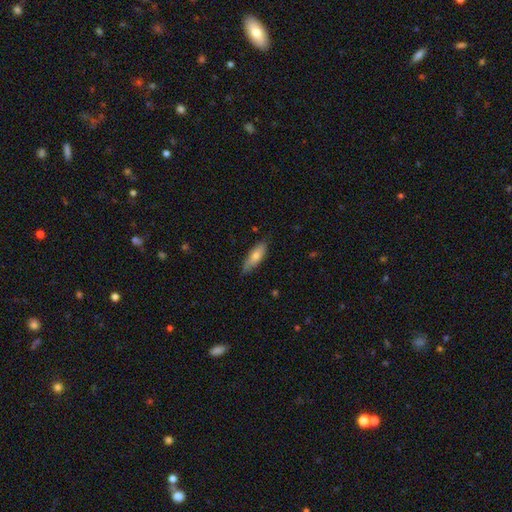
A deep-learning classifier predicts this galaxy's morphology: Overall: smooth (71%). How rounded: in between (54%; cigar-shaped 43%). Merging: none (78%).